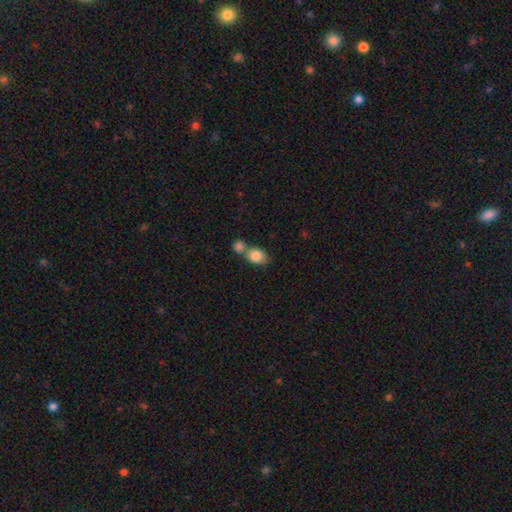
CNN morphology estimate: type=smooth (84%); roundness=in between (63%); merging=merger (55%).